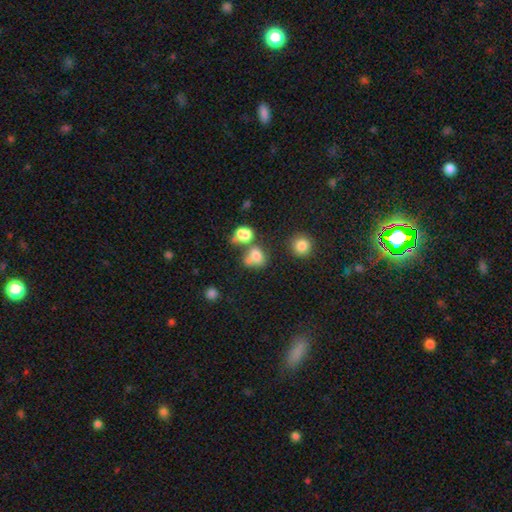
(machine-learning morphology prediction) Smooth or featured?
  - smooth: 74% *
  - star or artifact: 15%
  - featured or disk: 11%
How rounded?
  - in between: 51% *
  - round: 48%
  - cigar-shaped: 1%
Merging?
  - merger: 43% *
  - none: 35%
  - minor disturbance: 13%
  - major disturbance: 9%